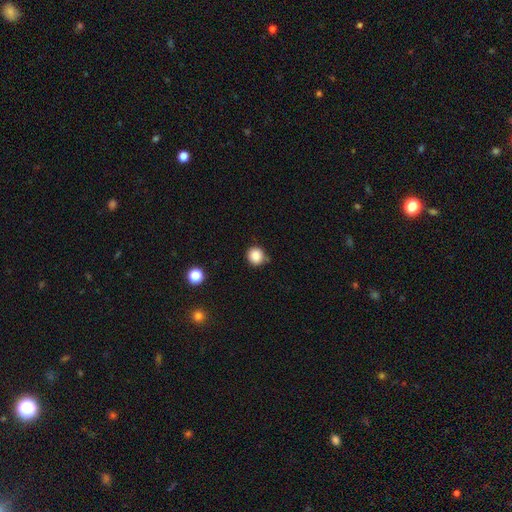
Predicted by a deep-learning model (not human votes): Smooth or featured? smooth (86%)
How rounded? round (90%)
Merging? none (77%)